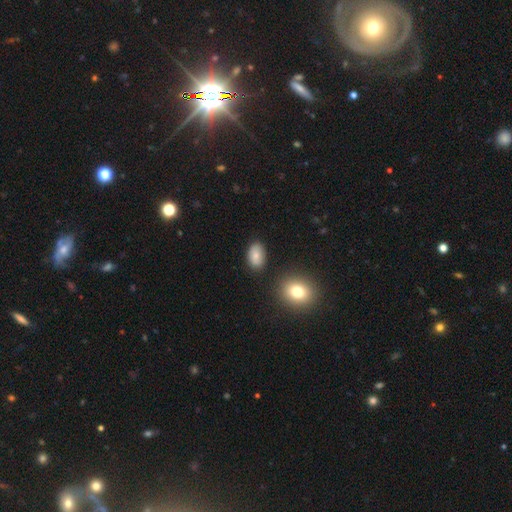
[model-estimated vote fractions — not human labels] Overall: smooth (81%). How rounded: in between (88%). Merging: none (81%).